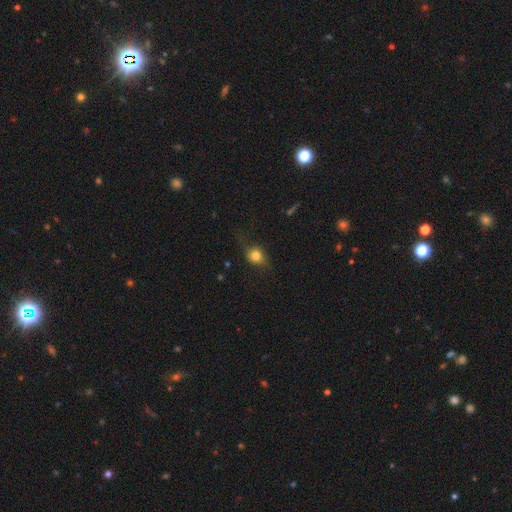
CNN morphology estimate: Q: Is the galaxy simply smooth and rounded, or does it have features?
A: smooth — 74%.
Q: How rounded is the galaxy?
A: round — 58%.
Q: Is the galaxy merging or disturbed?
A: none — 61%.